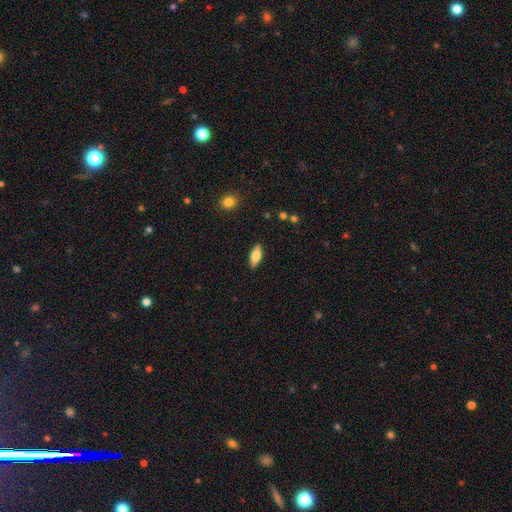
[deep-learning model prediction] Smooth or featured? Predicted: smooth (p=0.71). How rounded? Predicted: in between (p=0.77). Merging? Predicted: none (p=0.88).